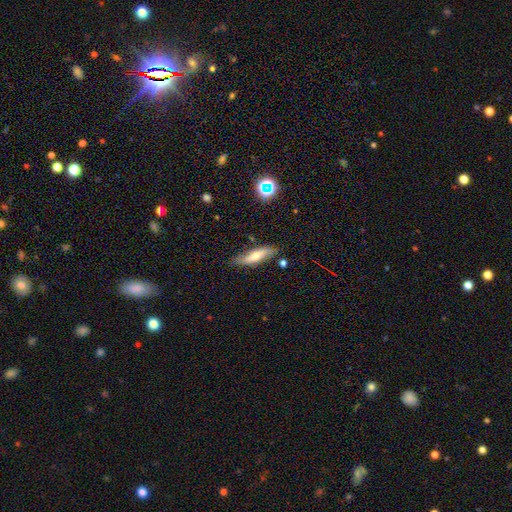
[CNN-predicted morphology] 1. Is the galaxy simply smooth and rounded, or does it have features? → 56% smooth, 36% featured or disk, 8% star or artifact.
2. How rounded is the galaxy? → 70% cigar-shaped, 28% in between, 2% round.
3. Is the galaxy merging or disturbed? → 77% none, 17% minor disturbance, 3% major disturbance, 3% merger.